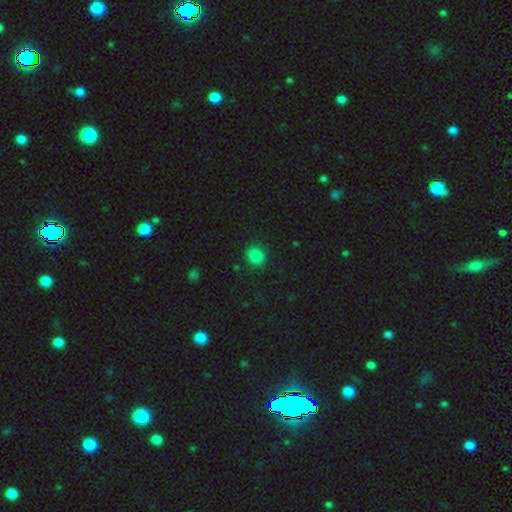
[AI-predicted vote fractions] Q: Smooth or featured?
A: smooth (82%); runner-up: star or artifact (13%)
Q: How rounded?
A: round (84%); runner-up: in between (15%)
Q: Merging?
A: none (86%); runner-up: minor disturbance (9%)